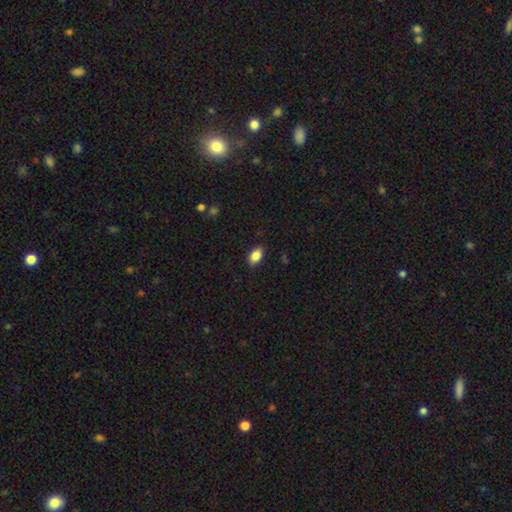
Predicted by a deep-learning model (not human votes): Smooth or featured: smooth — 86% (star or artifact — 8%)
How rounded: in between — 90% (round — 9%)
Merging: none — 88% (minor disturbance — 9%)